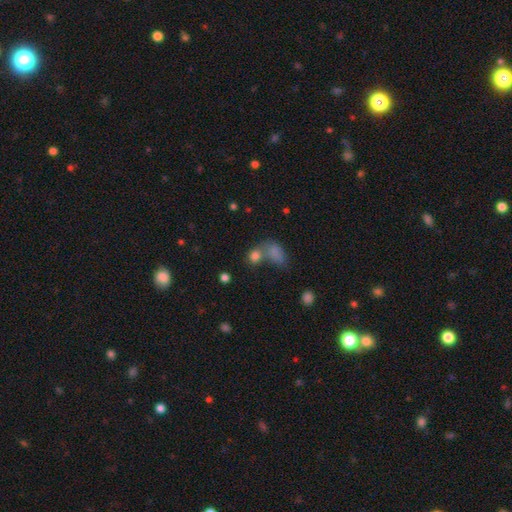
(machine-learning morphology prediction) This appears to be a smooth galaxy with no disk features (78%) that is in between round and cigar-shaped (51%). Merging: merger (46%).